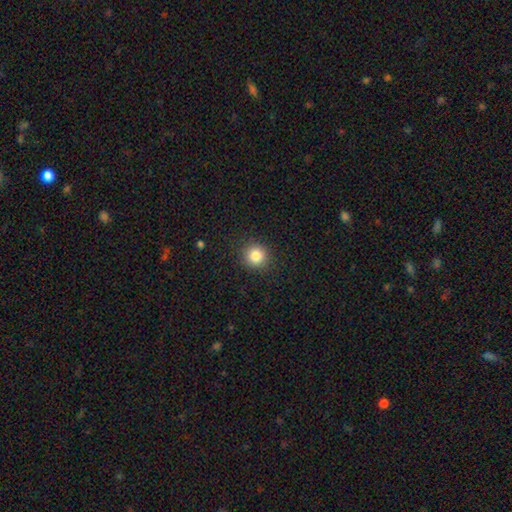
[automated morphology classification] Smooth or featured? smooth (84%)
How rounded? round (91%)
Merging? none (90%)